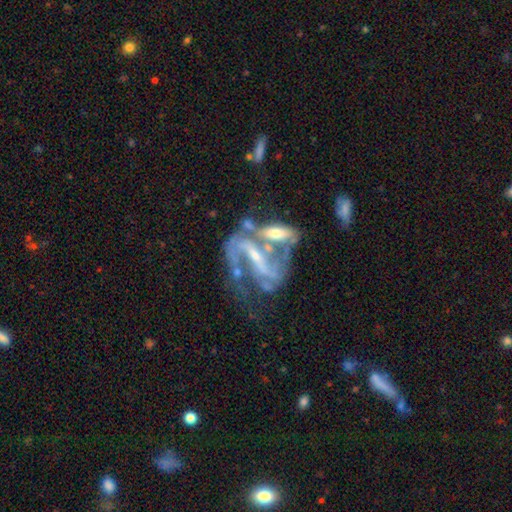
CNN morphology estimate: Smooth or featured? featured or disk (81%)
Edge-on disk? no (92%)
Bar? strong (49%)
Spiral arms? yes (83%)
Spiral winding? loose (44%)
Spiral arm count? 2 (71%)
Bulge size? small (55%)
Merging? merger (41%)